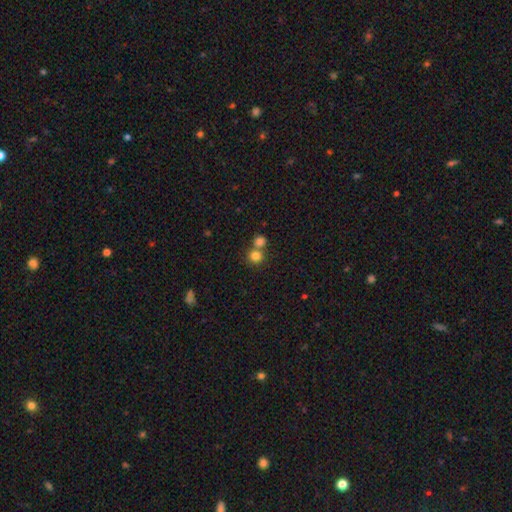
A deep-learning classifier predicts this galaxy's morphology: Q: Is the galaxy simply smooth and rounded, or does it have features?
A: smooth — 81%.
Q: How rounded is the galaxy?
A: round — 89%.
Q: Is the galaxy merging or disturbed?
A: none — 55%.